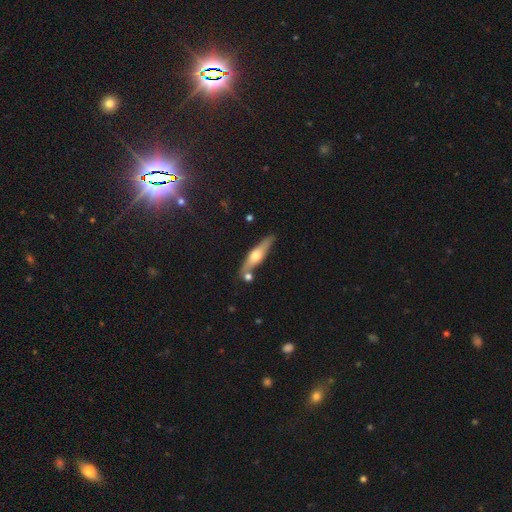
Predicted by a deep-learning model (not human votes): Smooth or featured? Predicted: featured or disk (p=0.57). Edge-on disk? Predicted: yes (p=0.92). Edge-on bulge? Predicted: rounded (p=0.93). Merging? Predicted: none (p=0.78).